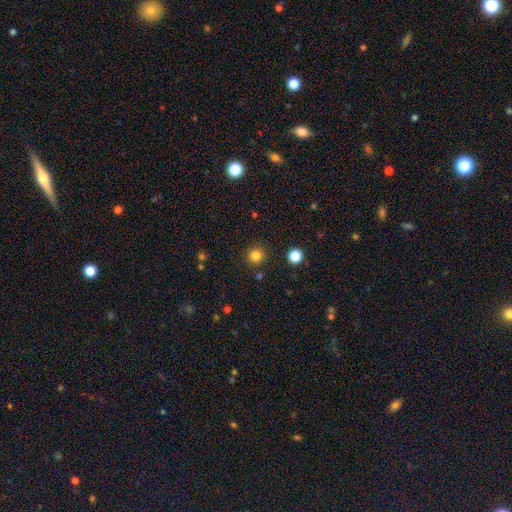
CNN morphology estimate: type=smooth (82%); roundness=round (94%); merging=none (89%).